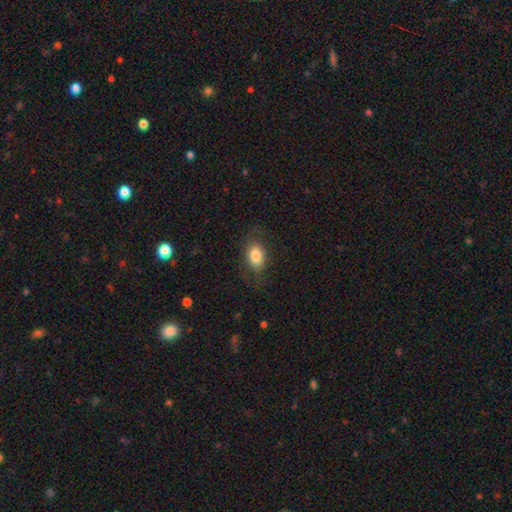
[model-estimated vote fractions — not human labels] Smooth or featured? Predicted: smooth (p=0.81). How rounded? Predicted: in between (p=0.81). Merging? Predicted: none (p=0.73).